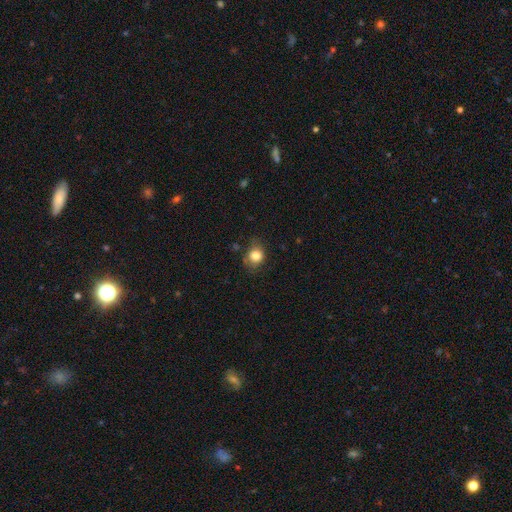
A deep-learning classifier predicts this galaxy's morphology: Overall: smooth (82%). How rounded: round (67%; in between 32%). Merging: none (69%).